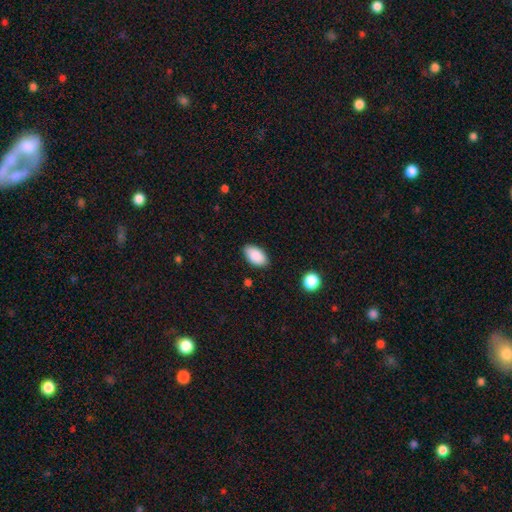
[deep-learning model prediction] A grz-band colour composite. It shows a smooth galaxy with no disk features (89%) that is in between round and cigar-shaped (95%). Merging: none (86%).